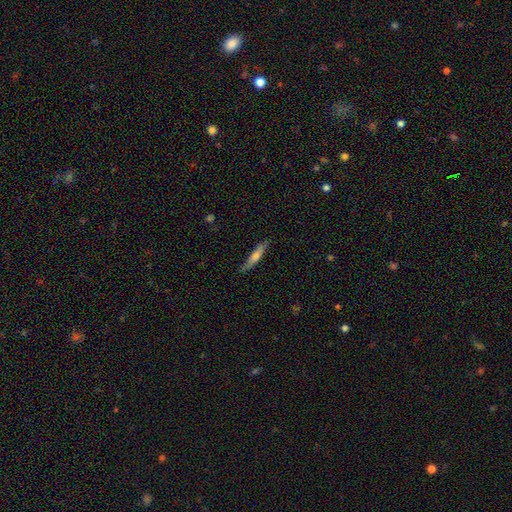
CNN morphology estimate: Q: Smooth or featured?
A: smooth (48%); runner-up: featured or disk (46%)
Q: Merging?
A: none (84%); runner-up: minor disturbance (12%)